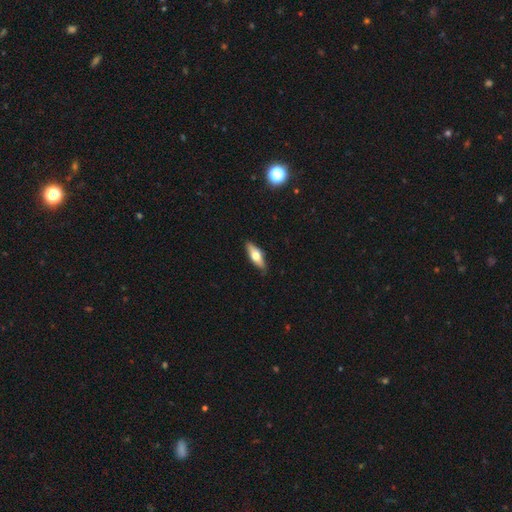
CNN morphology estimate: Smooth or featured?
  - smooth: 52% *
  - featured or disk: 42%
  - star or artifact: 6%
How rounded?
  - in between: 53% *
  - cigar-shaped: 44%
  - round: 3%
Merging?
  - none: 87% *
  - minor disturbance: 10%
  - major disturbance: 2%
  - merger: 1%